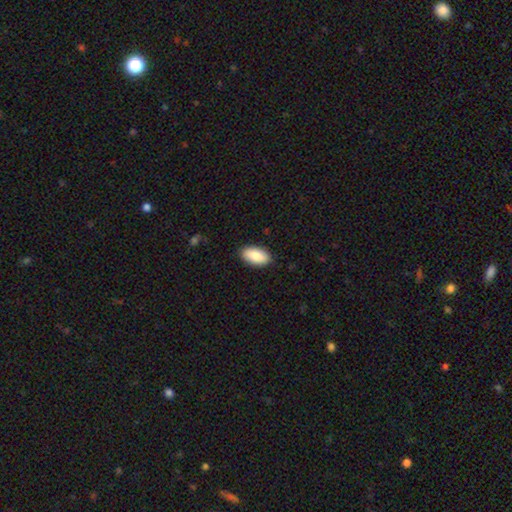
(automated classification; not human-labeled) This appears to be a smooth galaxy with no disk features (86%) that is in between round and cigar-shaped (94%). Merging: none (89%).